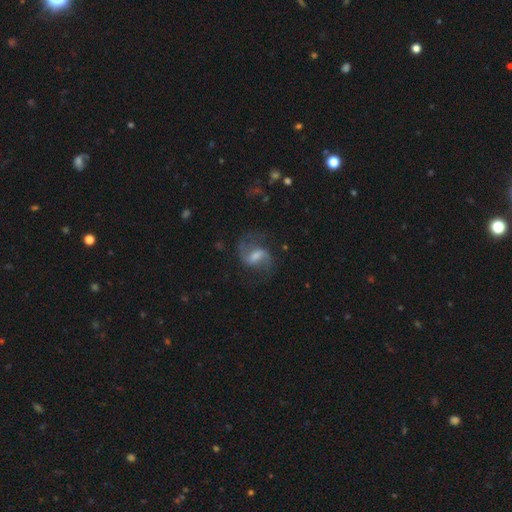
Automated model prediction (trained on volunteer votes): Smooth or featured? Predicted: featured or disk (p=0.76). Edge-on disk? Predicted: no (p=0.97). Bar? Predicted: weak (p=0.52). Spiral arms? Predicted: yes (p=0.93). Spiral winding? Predicted: loose (p=0.46). Spiral arm count? Predicted: 2 (p=0.89). Bulge size? Predicted: moderate (p=0.36). Merging? Predicted: none (p=0.66).